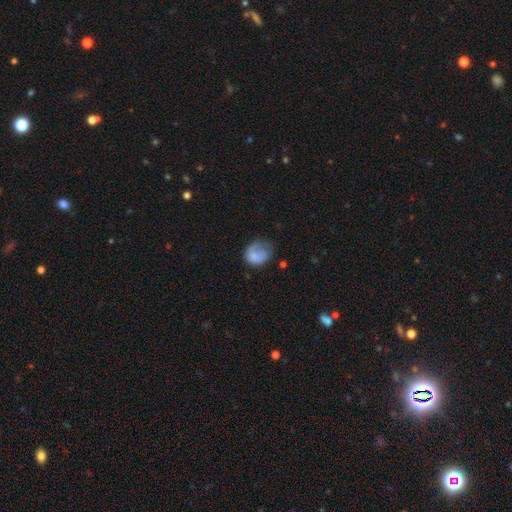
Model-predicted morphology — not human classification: This appears to be a smooth galaxy with no disk features (73%) that is round (52%). Merging: minor disturbance (33%, tied with none).